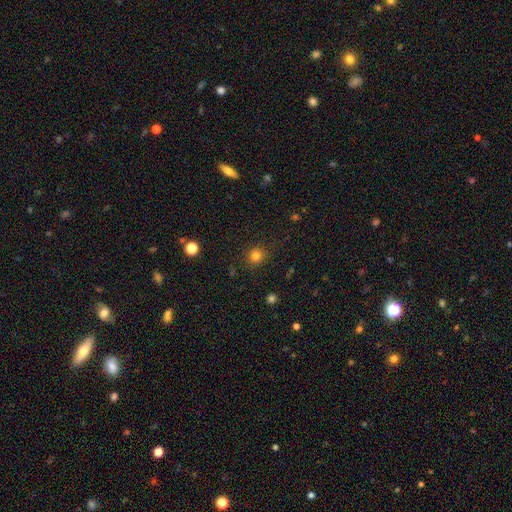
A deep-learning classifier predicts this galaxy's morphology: This is clearly a smooth galaxy (81%). How rounded: clearly round (92%). Merging: clearly none (89%).